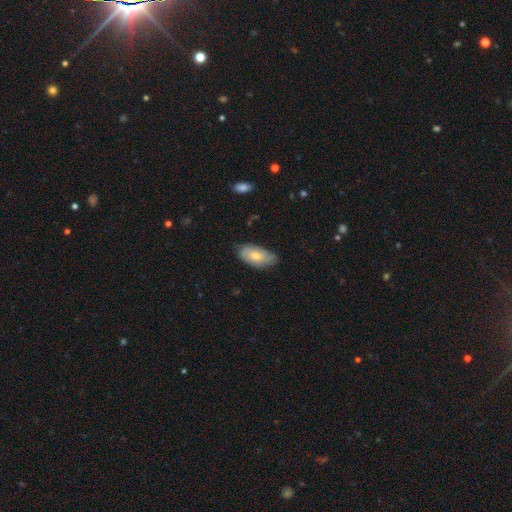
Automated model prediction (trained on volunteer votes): The model was most divided on "smooth or featured": smooth: 66%, featured or disk: 28%, star or artifact: 6%. More confident: how rounded — in between (93%); merging — none (70%).